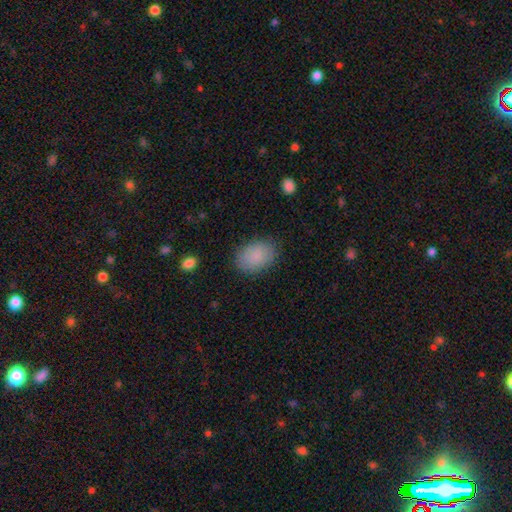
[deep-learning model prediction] Smooth or featured? Predicted: smooth (p=0.88). How rounded? Predicted: in between (p=0.82). Merging? Predicted: none (p=0.84).